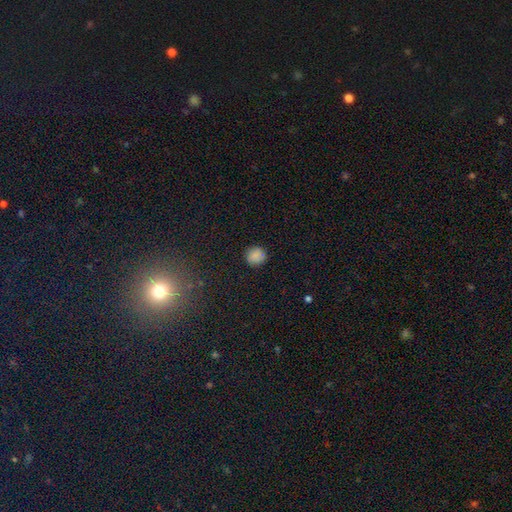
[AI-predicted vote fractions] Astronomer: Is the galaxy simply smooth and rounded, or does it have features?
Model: smooth — 83%.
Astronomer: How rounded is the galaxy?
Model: round — 89%.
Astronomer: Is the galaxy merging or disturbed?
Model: none — 83%.